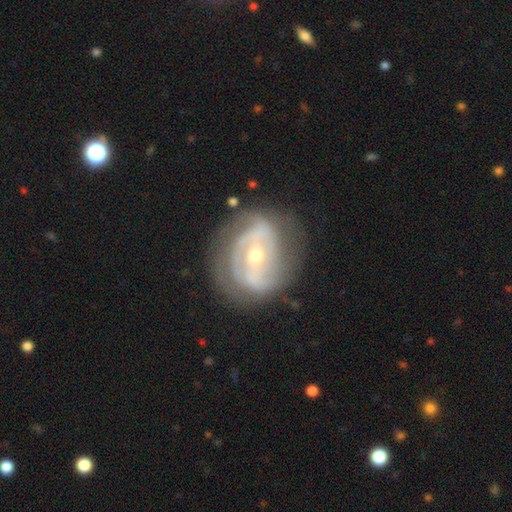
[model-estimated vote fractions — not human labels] Overall: featured or disk (82%). Edge-on disk: no (97%). Bar: weak (40%; no 31%). Spiral arms: yes (85%). Spiral arm count: 2 (48%; can't tell 27%). Spiral winding: tight (53%; medium 34%). Bulge size: moderate (50%; small 46%). Merging: none (68%).